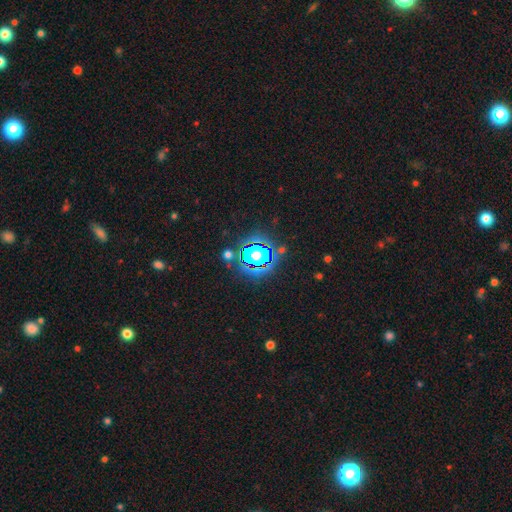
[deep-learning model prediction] A star or artifact, not a galaxy (61%).

Vote fractions:
- Smooth or featured? star or artifact: 61% / smooth: 25% / featured or disk: 14%